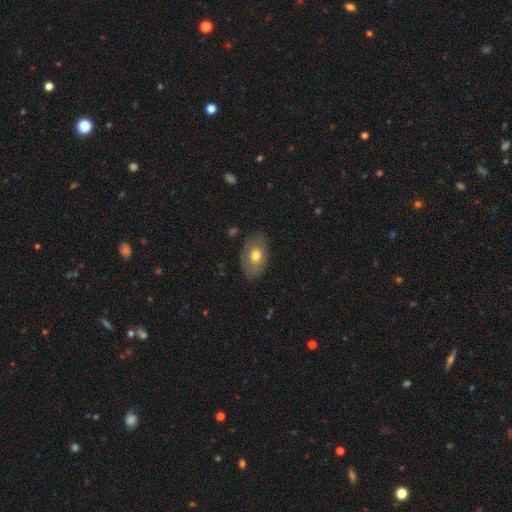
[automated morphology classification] This is likely a smooth galaxy (64%). How rounded: clearly in between (85%). Merging: likely none (77%).